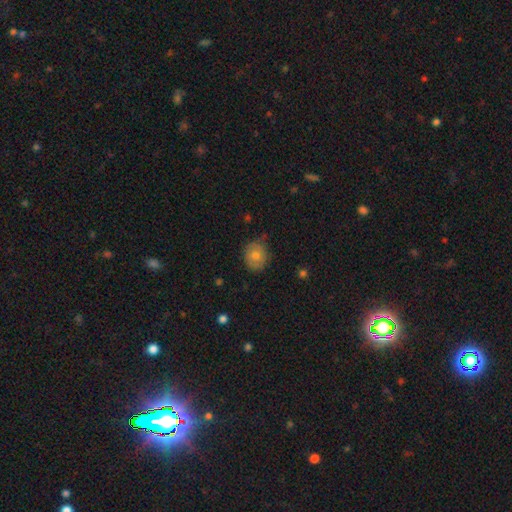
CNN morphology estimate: Smooth or featured: smooth — 71% (featured or disk — 20%)
How rounded: round — 70% (in between — 29%)
Merging: none — 72% (minor disturbance — 22%)